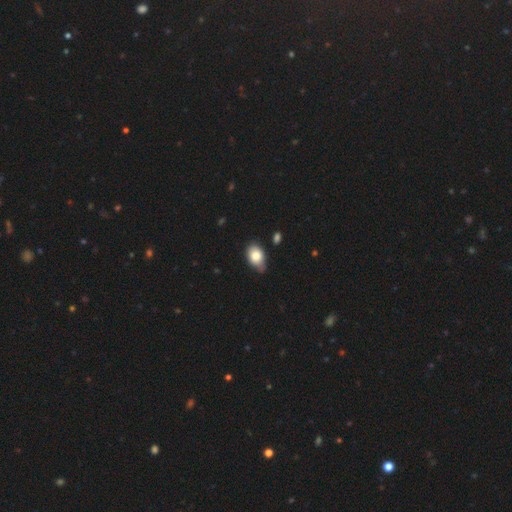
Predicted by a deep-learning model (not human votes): Smooth or featured: smooth — 81% (featured or disk — 12%)
How rounded: in between — 85% (round — 14%)
Merging: none — 58% (minor disturbance — 34%)